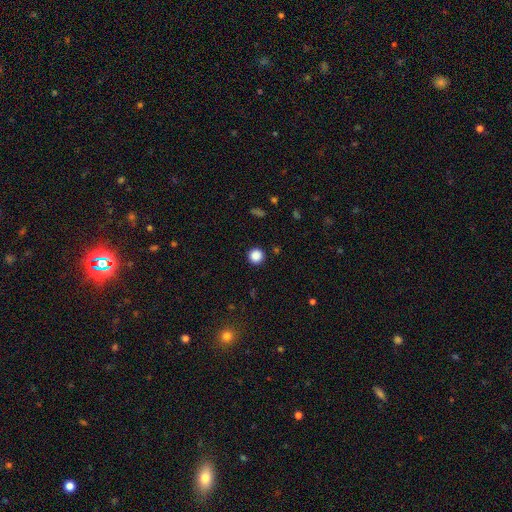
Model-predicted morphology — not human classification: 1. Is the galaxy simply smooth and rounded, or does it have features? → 87% smooth, 10% star or artifact, 3% featured or disk.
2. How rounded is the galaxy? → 96% round, 3% in between, 1% cigar-shaped.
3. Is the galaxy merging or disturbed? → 92% none, 5% minor disturbance, 2% major disturbance, 1% merger.